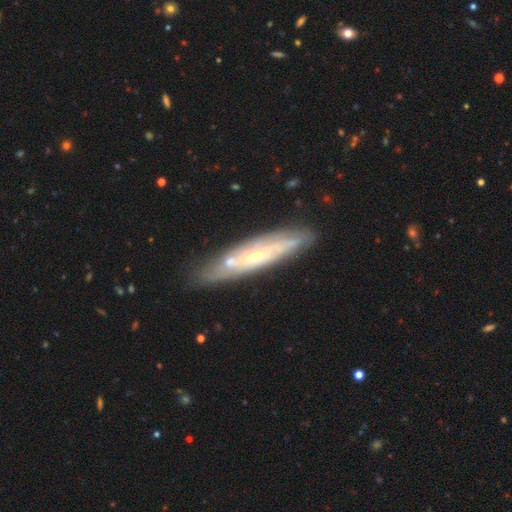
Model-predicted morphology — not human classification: Smooth or featured?
  - featured or disk: 74% *
  - smooth: 20%
  - star or artifact: 6%
Edge-on disk?
  - no: 55% *
  - yes: 45%
Merging?
  - none: 79% *
  - minor disturbance: 14%
  - merger: 4%
  - major disturbance: 3%